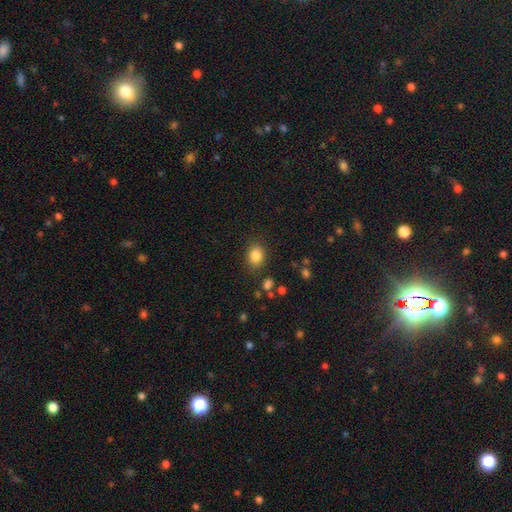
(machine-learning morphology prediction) Overall: smooth (85%). How rounded: in between (59%; round 40%). Merging: none (84%).